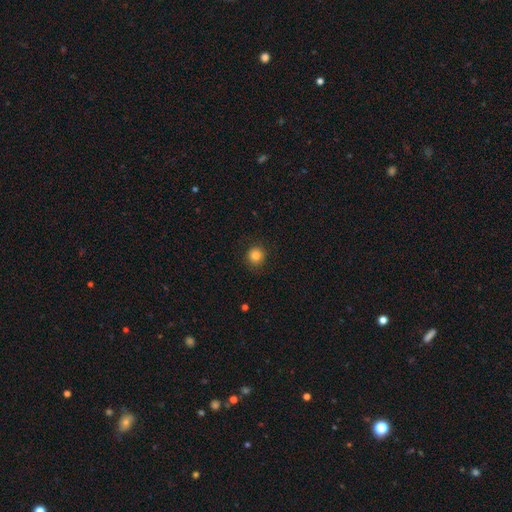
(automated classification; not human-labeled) Morphology: type=smooth (84%); roundness=round (92%); merging=none (89%).